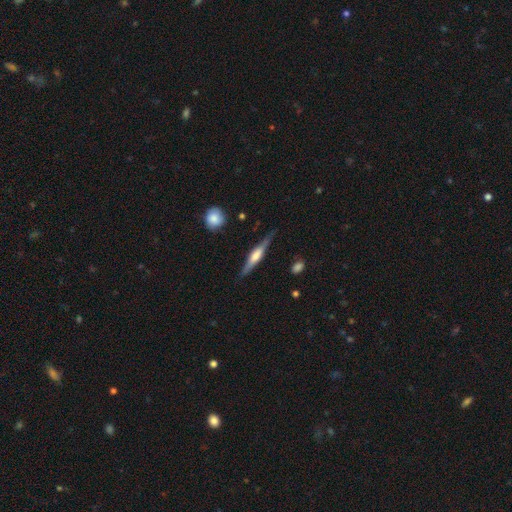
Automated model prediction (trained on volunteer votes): Morphology: type=featured or disk (64%); edge-on=yes (95%); edge-on bulge=rounded (63%); merging=none (79%).